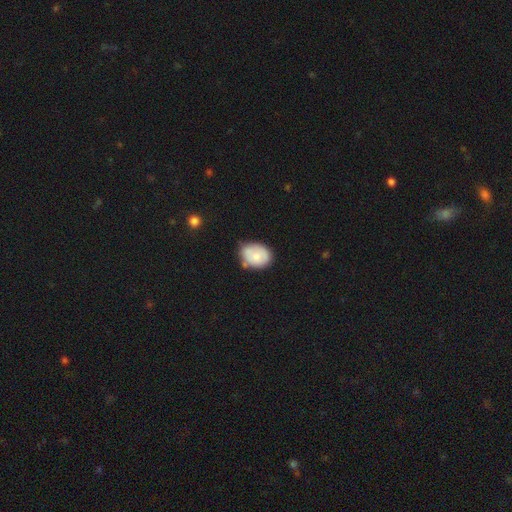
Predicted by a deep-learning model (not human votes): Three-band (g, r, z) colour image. It shows a smooth galaxy with no disk features (73%) that is in between round and cigar-shaped (63%). Merging: none (57%).